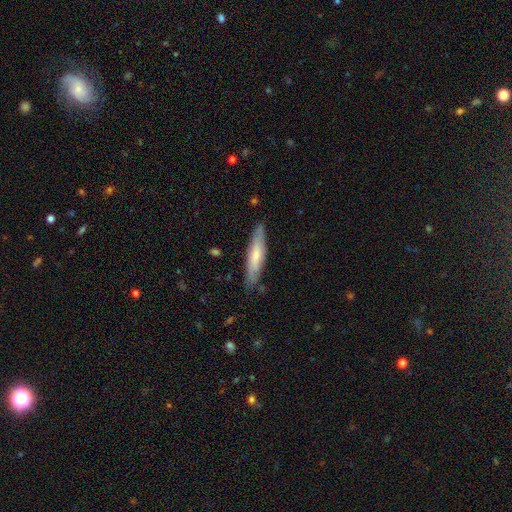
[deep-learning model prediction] smooth_or_featured: smooth (p=0.58) [alt: featured or disk p=0.36]
how_rounded: cigar-shaped (p=0.80) [alt: in between p=0.18]
merging: none (p=0.83) [alt: minor disturbance p=0.14]